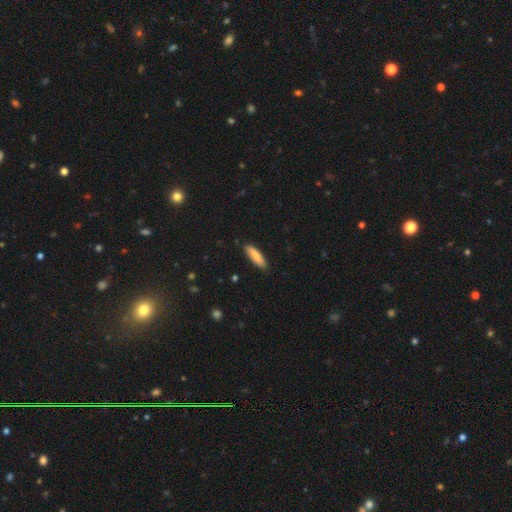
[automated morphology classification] A smooth galaxy with no disk features (84%) that is cigar-shaped (64%).

Vote fractions:
- Smooth or featured? smooth: 84% / featured or disk: 10% / star or artifact: 6%
- How rounded? cigar-shaped: 64% / in between: 35% / round: 1%
- Merging? none: 88% / minor disturbance: 9% / major disturbance: 2% / merger: 1%